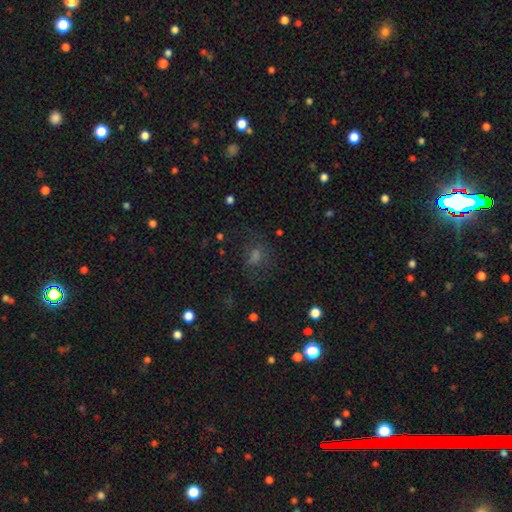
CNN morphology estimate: This appears to be a smooth galaxy with no disk features (50%) that is round (51%). Merging: none (68%).